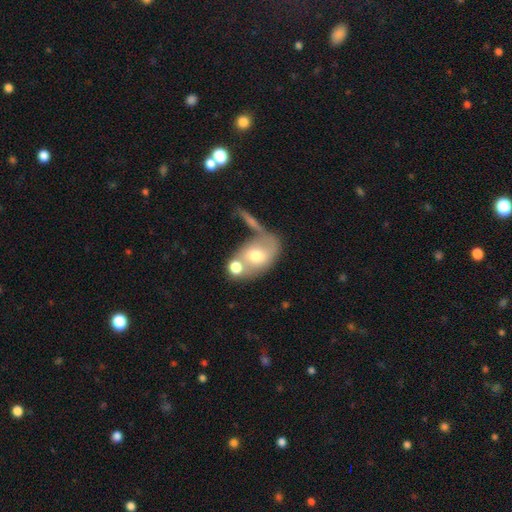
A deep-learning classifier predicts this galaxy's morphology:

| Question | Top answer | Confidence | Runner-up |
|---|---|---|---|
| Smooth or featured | smooth | 54% | featured or disk (37%) |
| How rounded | in between | 72% | round (25%) |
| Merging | merger | 41% | none (36%) |